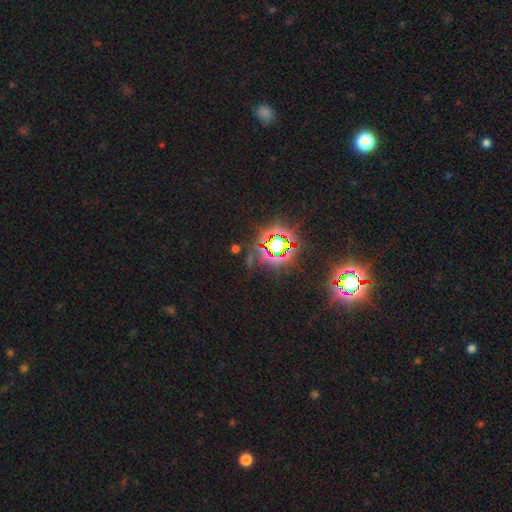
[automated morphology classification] A star or artifact, not a galaxy (82%).

Vote fractions:
- Smooth or featured? star or artifact: 82% / smooth: 11% / featured or disk: 7%